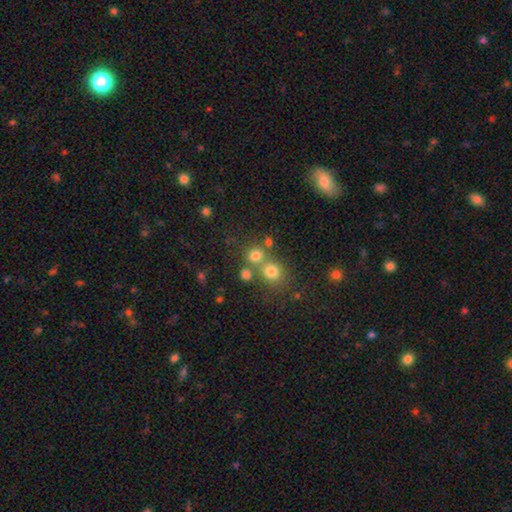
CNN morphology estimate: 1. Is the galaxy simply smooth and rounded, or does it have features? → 73% smooth, 18% star or artifact, 9% featured or disk.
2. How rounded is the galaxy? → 86% round, 13% in between, 1% cigar-shaped.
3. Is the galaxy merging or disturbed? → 58% none, 31% merger, 8% minor disturbance, 4% major disturbance.